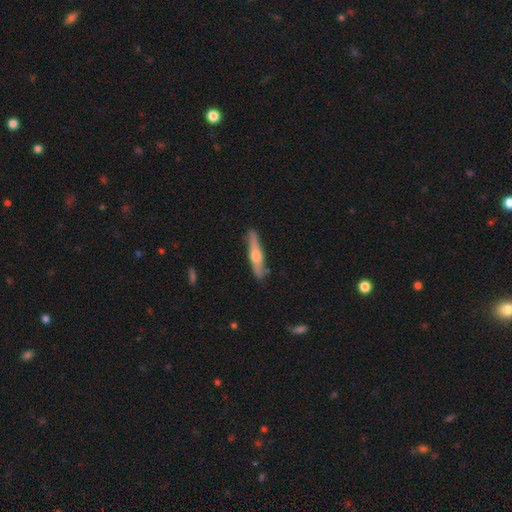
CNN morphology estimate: A featured or disk galaxy (52%) viewed edge-on (93%). Merging: none (84%).